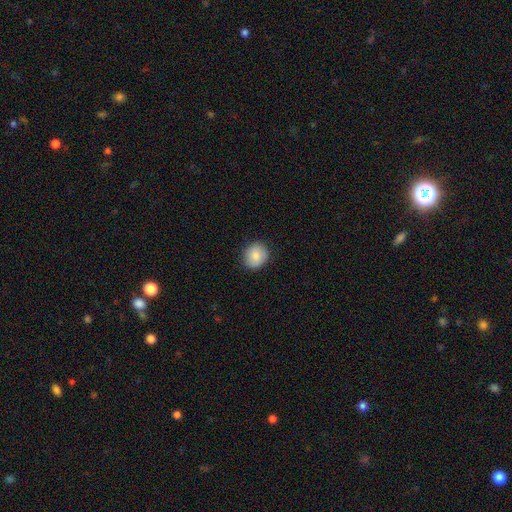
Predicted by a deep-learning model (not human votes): smooth-or-featured: smooth: 84% | star or artifact: 8% | featured or disk: 8%
  how-rounded: round: 82% | in between: 17% | cigar-shaped: 1%
  merging: none: 88% | minor disturbance: 9% | major disturbance: 2% | merger: 1%